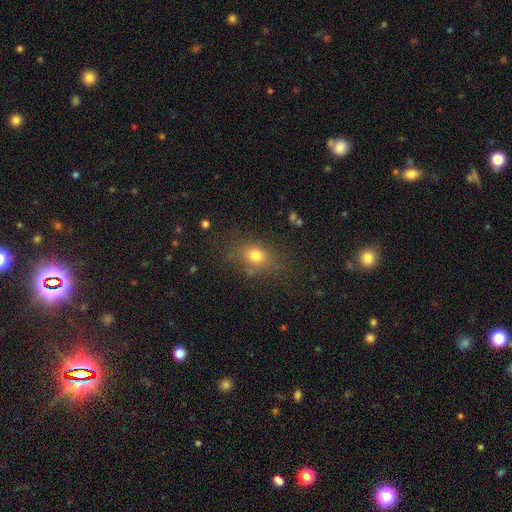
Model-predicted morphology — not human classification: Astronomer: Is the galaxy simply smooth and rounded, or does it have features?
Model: smooth — 74%.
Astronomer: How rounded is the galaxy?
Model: in between — 55% (runner-up: round, 42%).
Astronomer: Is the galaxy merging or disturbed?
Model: none — 73%.